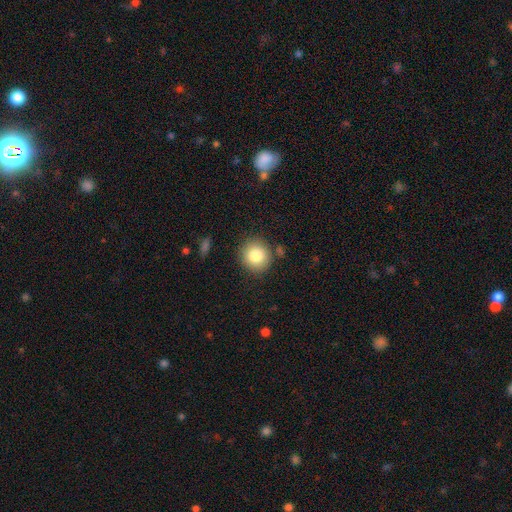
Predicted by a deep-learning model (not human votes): This is clearly a smooth galaxy (82%). How rounded: clearly round (85%). Merging: clearly none (85%).